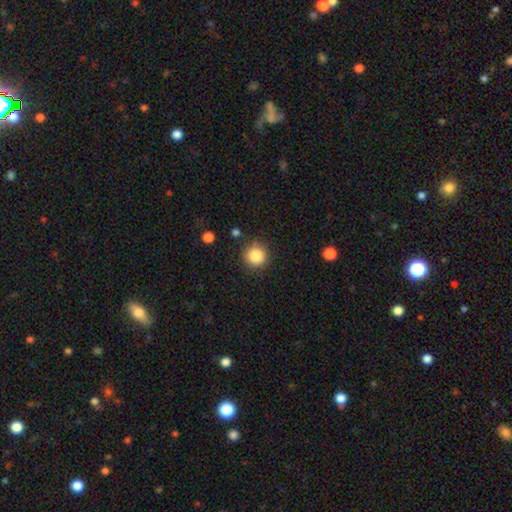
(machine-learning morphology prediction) type=smooth (86%); roundness=round (94%); merging=none (87%).